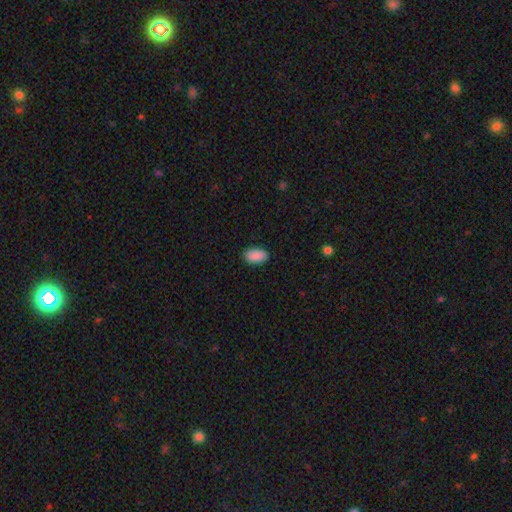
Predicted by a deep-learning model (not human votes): A smooth galaxy with no disk features (90%) that is in between round and cigar-shaped (94%).

Vote fractions:
- Smooth or featured? smooth: 90% / star or artifact: 7% / featured or disk: 3%
- How rounded? in between: 94% / round: 5% / cigar-shaped: 2%
- Merging? none: 88% / minor disturbance: 9% / major disturbance: 2% / merger: 1%